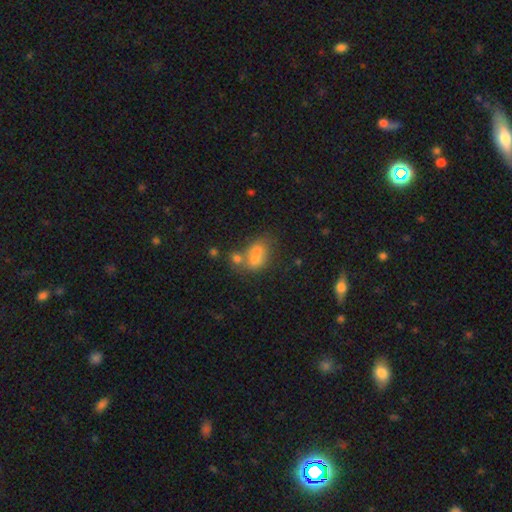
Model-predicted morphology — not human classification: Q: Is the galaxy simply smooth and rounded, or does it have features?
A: smooth — 64%.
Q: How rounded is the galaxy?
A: in between — 55%.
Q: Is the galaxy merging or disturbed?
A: merger — 55%.